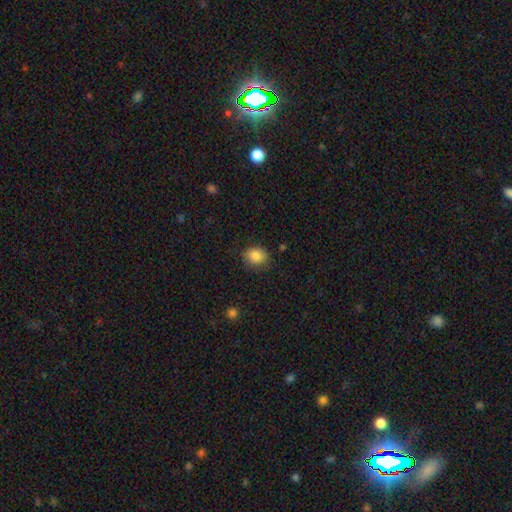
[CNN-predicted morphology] This appears to be a smooth galaxy with no disk features (85%) that is round (54%). Merging: none (83%).